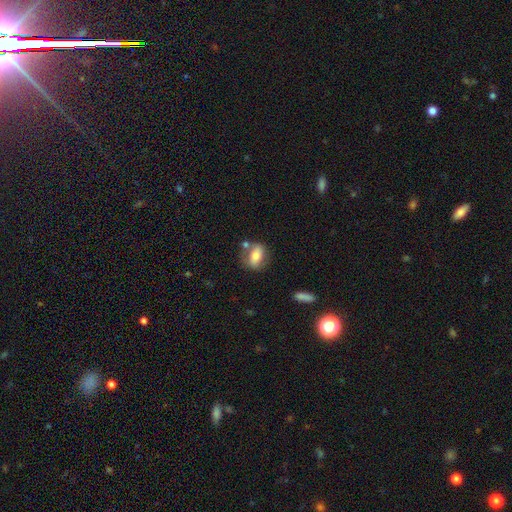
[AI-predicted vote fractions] This appears to be a smooth galaxy with no disk features (65%) that is in between round and cigar-shaped (73%). Merging: none (60%).